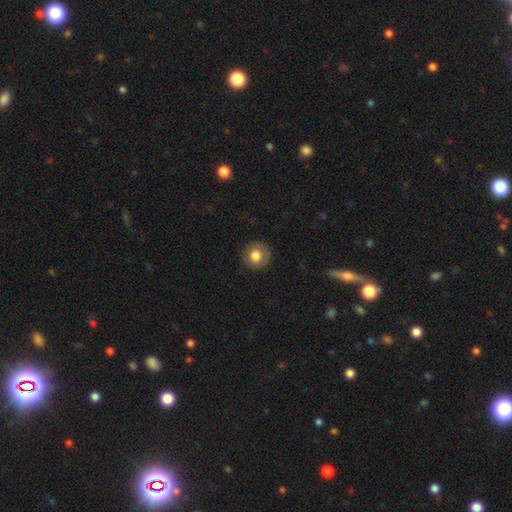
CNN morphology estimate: type=smooth (78%); roundness=round (93%); merging=none (87%).